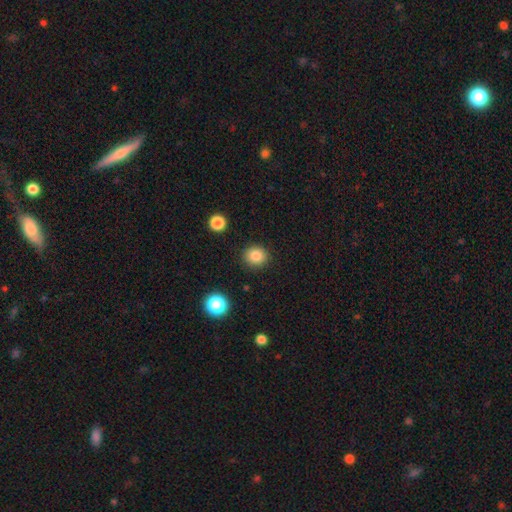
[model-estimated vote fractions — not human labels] A smooth galaxy with no disk features (84%) that is round (83%).

Vote fractions:
- Smooth or featured? smooth: 84% / star or artifact: 11% / featured or disk: 5%
- How rounded? round: 83% / in between: 16% / cigar-shaped: 1%
- Merging? none: 90% / minor disturbance: 7% / major disturbance: 2% / merger: 2%